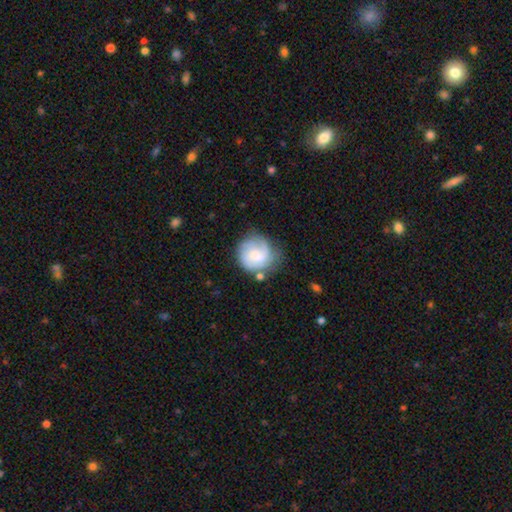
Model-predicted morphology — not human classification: Overall: featured or disk (55%; smooth 38%). Edge-on disk: no (98%). Bar: no (55%; weak 39%). Spiral arms: yes (86%). Bulge size: moderate (42%; small 37%). Merging: none (61%; minor disturbance 22%).